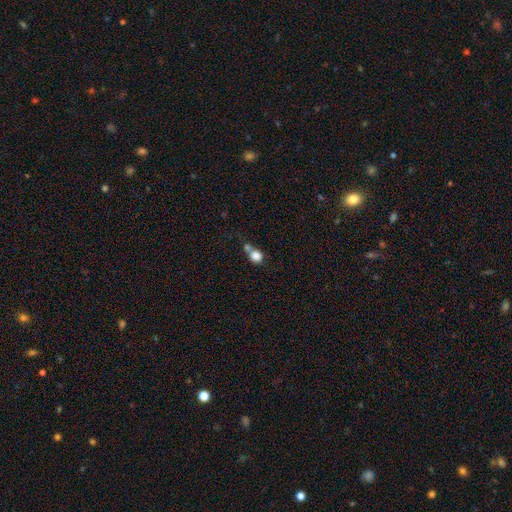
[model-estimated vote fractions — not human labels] Smooth or featured: smooth — 81% (star or artifact — 10%)
How rounded: round — 75% (in between — 24%)
Merging: merger — 47% (none — 35%)